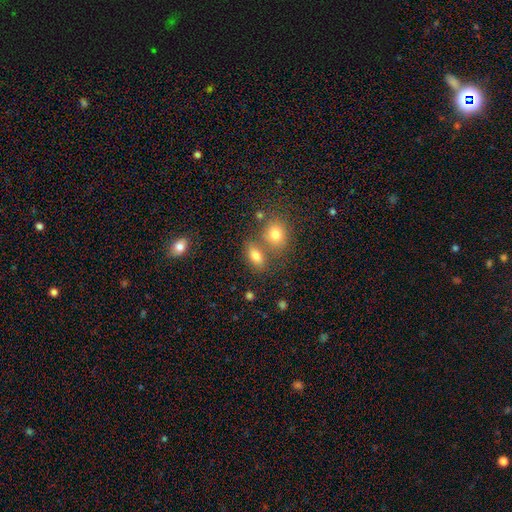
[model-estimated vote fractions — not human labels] A smooth galaxy with no disk features (79%) that is in between round and cigar-shaped (82%).

Vote fractions:
- Smooth or featured? smooth: 79% / star or artifact: 11% / featured or disk: 9%
- How rounded? in between: 82% / round: 13% / cigar-shaped: 5%
- Merging? none: 56% / merger: 29% / minor disturbance: 11% / major disturbance: 4%